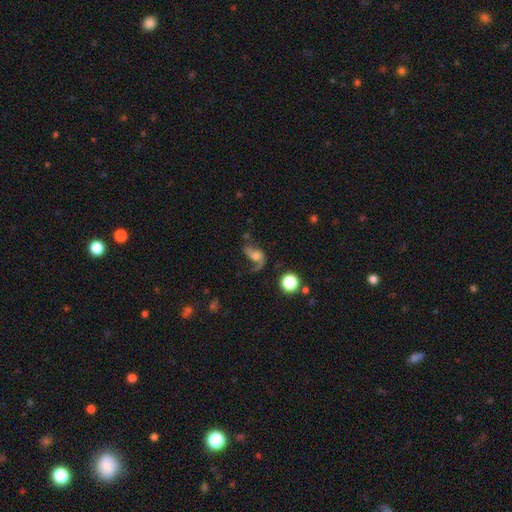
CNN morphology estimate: smooth_or_featured: featured or disk (p=0.64) [alt: smooth p=0.24]
disk_edge_on: no (p=0.96) [alt: yes p=0.04]
bar: no (p=0.63) [alt: weak p=0.29]
has_spiral_arms: yes (p=0.88) [alt: no p=0.12]
spiral_winding: loose (p=0.73) [alt: medium p=0.21]
spiral_arm_count: 2 (p=0.64) [alt: 1 p=0.30]
bulge_size: moderate (p=0.39) [alt: small p=0.31]
merging: none (p=0.40) [alt: major disturbance p=0.33]